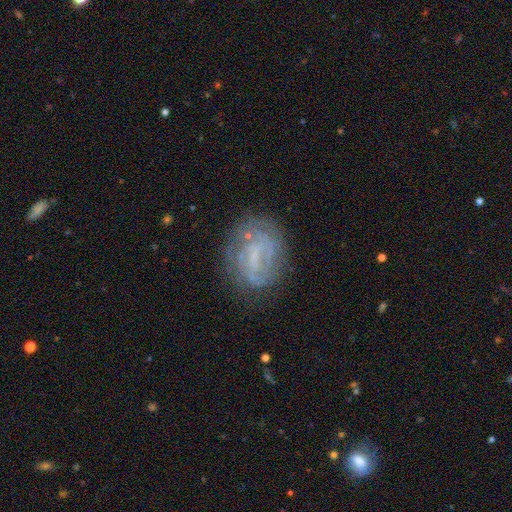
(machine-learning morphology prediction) smooth_or_featured: featured or disk (p=0.67) [alt: smooth p=0.22]
disk_edge_on: no (p=0.97) [alt: yes p=0.03]
bar: weak (p=0.41) [alt: no p=0.31]
has_spiral_arms: yes (p=0.65) [alt: no p=0.35]
bulge_size: none (p=0.53) [alt: small p=0.33]
merging: none (p=0.68) [alt: minor disturbance p=0.18]